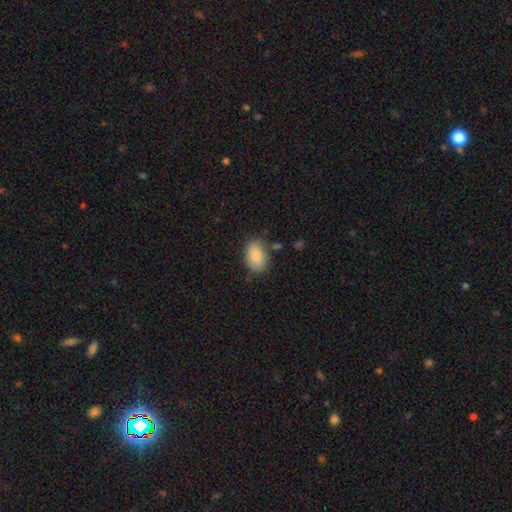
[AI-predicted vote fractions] The model was most divided on "merging": none: 71%, minor disturbance: 20%, major disturbance: 5%, merger: 4%. More confident: how rounded — in between (89%); smooth or featured — smooth (86%).